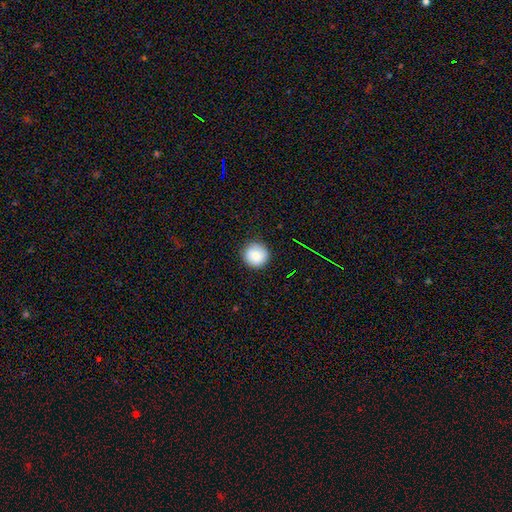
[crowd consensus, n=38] Smooth or featured? 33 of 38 (87%) said smooth. How rounded? 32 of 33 (97%) said round. Merging? 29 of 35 (83%) said none.